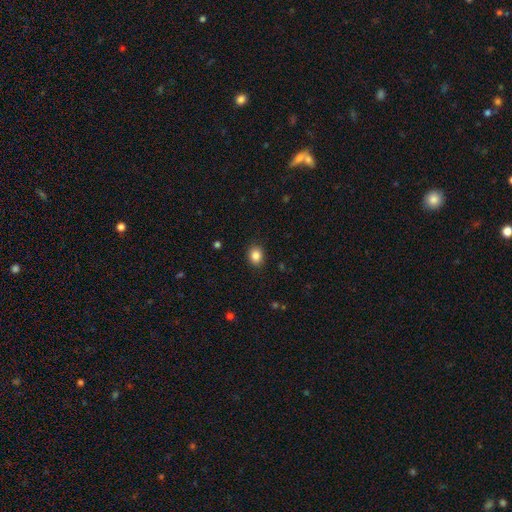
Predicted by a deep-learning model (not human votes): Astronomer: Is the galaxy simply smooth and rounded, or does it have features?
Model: smooth — 85%.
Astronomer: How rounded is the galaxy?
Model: round — 54% (runner-up: in between, 45%).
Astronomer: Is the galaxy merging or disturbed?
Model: none — 89%.